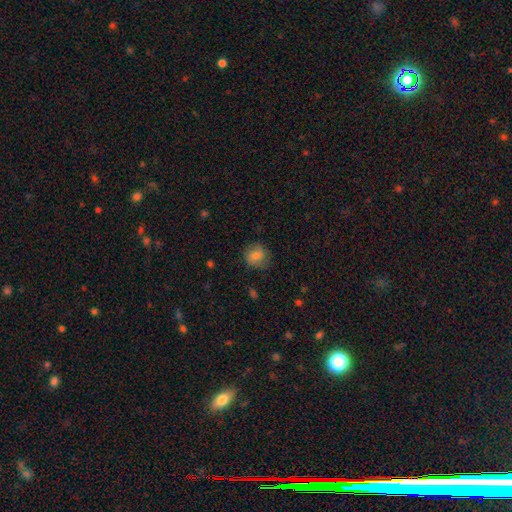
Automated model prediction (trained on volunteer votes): smooth-or-featured: smooth: 78% | featured or disk: 13% | star or artifact: 9%
  how-rounded: round: 80% | in between: 19% | cigar-shaped: 1%
  merging: none: 79% | minor disturbance: 15% | major disturbance: 4% | merger: 1%